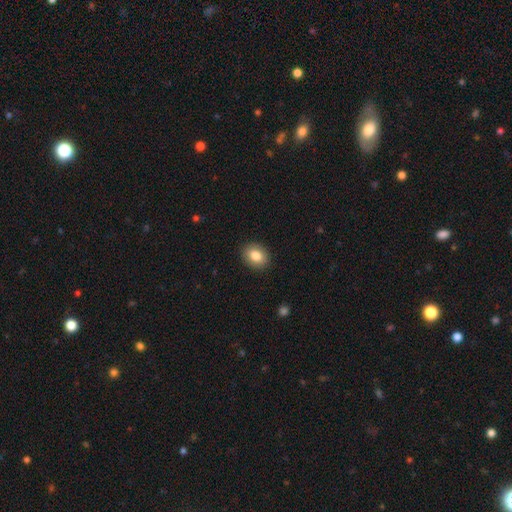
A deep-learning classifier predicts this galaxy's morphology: Smooth or featured? smooth (83%)
How rounded? in between (52%)
Merging? none (90%)